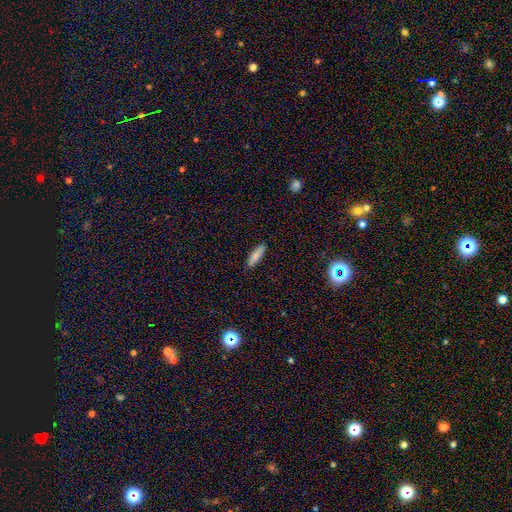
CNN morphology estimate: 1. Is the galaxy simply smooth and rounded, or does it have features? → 83% smooth, 10% featured or disk, 7% star or artifact.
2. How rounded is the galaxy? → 56% cigar-shaped, 42% in between, 2% round.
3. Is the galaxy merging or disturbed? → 86% none, 11% minor disturbance, 2% major disturbance, 1% merger.